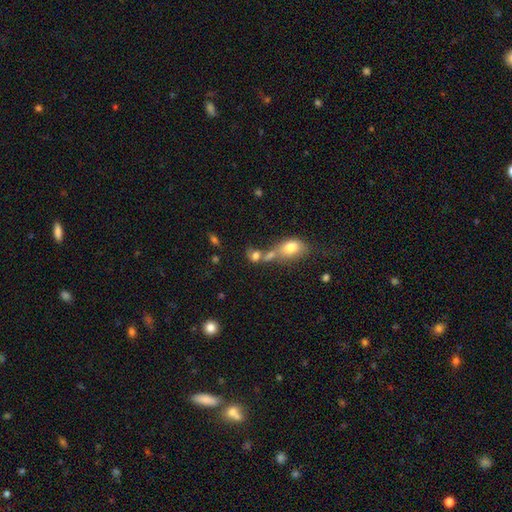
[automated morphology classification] Smooth or featured: smooth — 74% (star or artifact — 14%)
How rounded: in between — 53% (round — 44%)
Merging: merger — 52% (none — 32%)